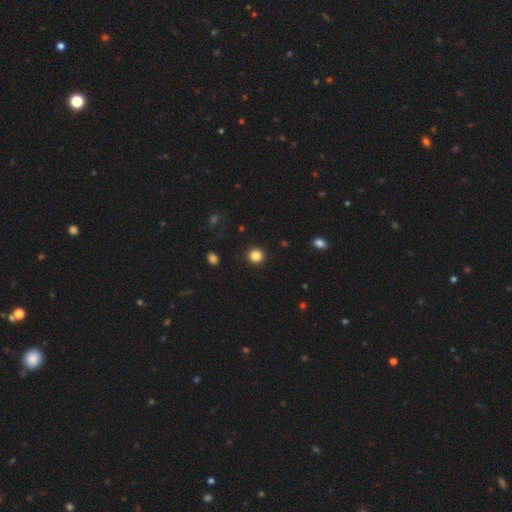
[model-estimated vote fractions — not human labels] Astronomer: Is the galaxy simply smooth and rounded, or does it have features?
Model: smooth — 85%.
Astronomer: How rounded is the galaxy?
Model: round — 94%.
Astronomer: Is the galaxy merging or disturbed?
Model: none — 93%.